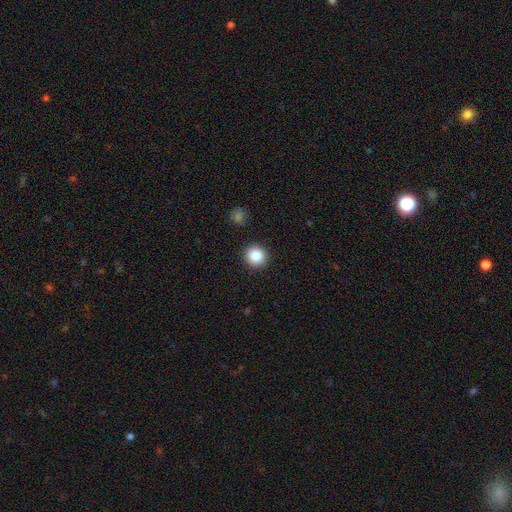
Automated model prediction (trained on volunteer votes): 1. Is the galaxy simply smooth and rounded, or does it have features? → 85% smooth, 10% star or artifact, 5% featured or disk.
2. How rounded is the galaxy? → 94% round, 5% in between, 1% cigar-shaped.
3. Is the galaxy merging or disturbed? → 92% none, 5% minor disturbance, 2% major disturbance, 1% merger.